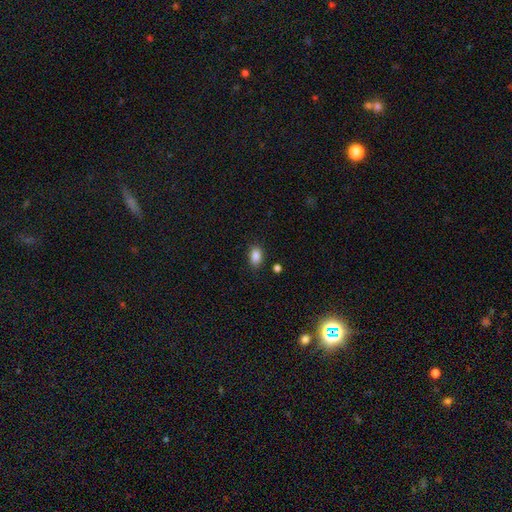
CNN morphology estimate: A smooth galaxy with no disk features (87%) that is in between round and cigar-shaped (84%).

Vote fractions:
- Smooth or featured? smooth: 87% / star or artifact: 9% / featured or disk: 4%
- How rounded? in between: 84% / round: 15% / cigar-shaped: 1%
- Merging? none: 83% / minor disturbance: 12% / major disturbance: 3% / merger: 2%